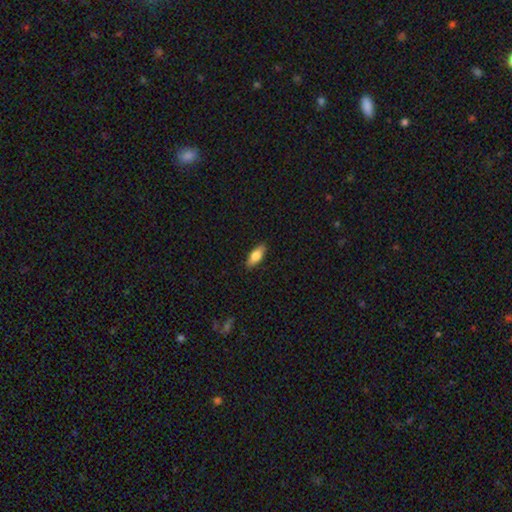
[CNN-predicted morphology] Smooth or featured?
  - smooth: 78% *
  - featured or disk: 16%
  - star or artifact: 6%
How rounded?
  - in between: 75% *
  - cigar-shaped: 22%
  - round: 2%
Merging?
  - none: 88% *
  - minor disturbance: 9%
  - major disturbance: 2%
  - merger: 1%